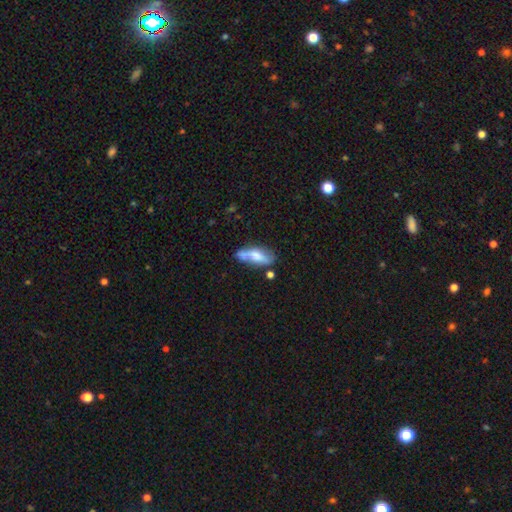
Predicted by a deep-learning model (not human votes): Smooth or featured? Predicted: smooth (p=0.58). How rounded? Predicted: in between (p=0.64). Merging? Predicted: none (p=0.45).